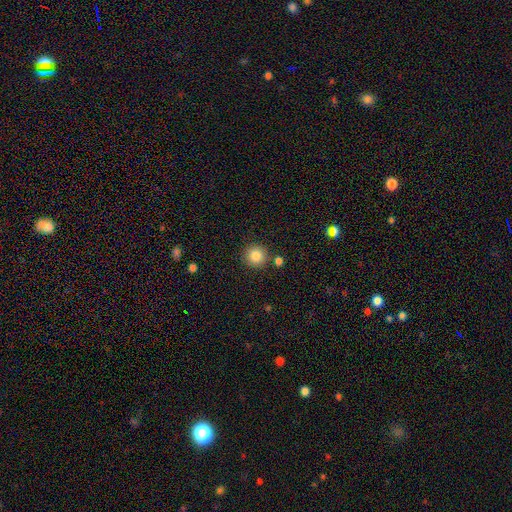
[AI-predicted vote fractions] Smooth or featured: smooth — 85% (star or artifact — 10%)
How rounded: round — 94% (in between — 5%)
Merging: none — 85% (minor disturbance — 7%)